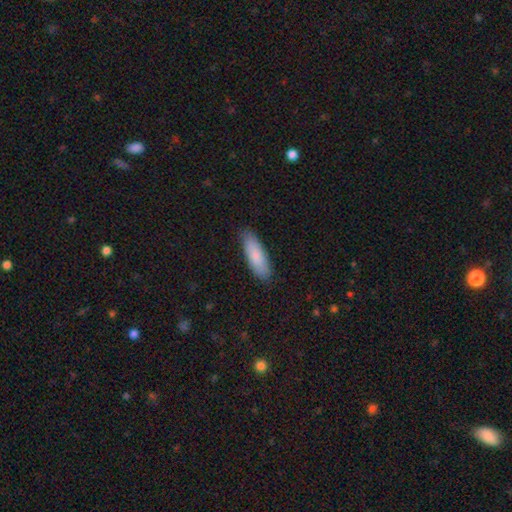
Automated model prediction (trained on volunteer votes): A smooth galaxy with no disk features (84%) that is in between round and cigar-shaped (55%). Merging: none (86%).